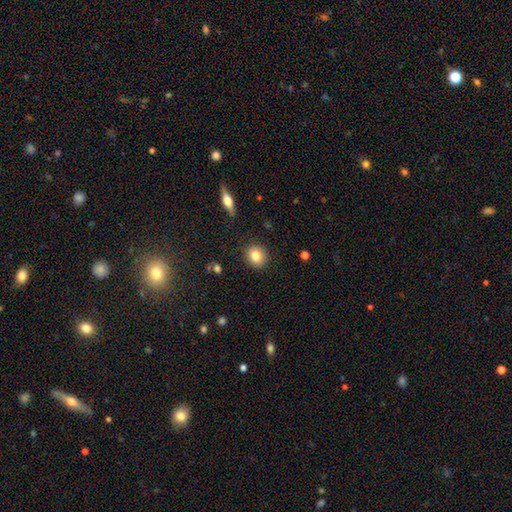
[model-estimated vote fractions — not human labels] Morphology: type=smooth (82%); roundness=round (82%); merging=none (90%).